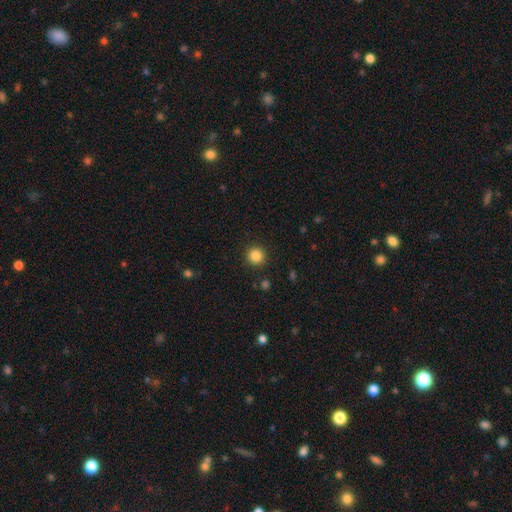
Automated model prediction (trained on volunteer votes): A smooth galaxy with no disk features (86%) that is round (94%).

Vote fractions:
- Smooth or featured? smooth: 86% / star or artifact: 11% / featured or disk: 4%
- How rounded? round: 94% / in between: 5% / cigar-shaped: 1%
- Merging? none: 91% / minor disturbance: 5% / major disturbance: 2% / merger: 1%